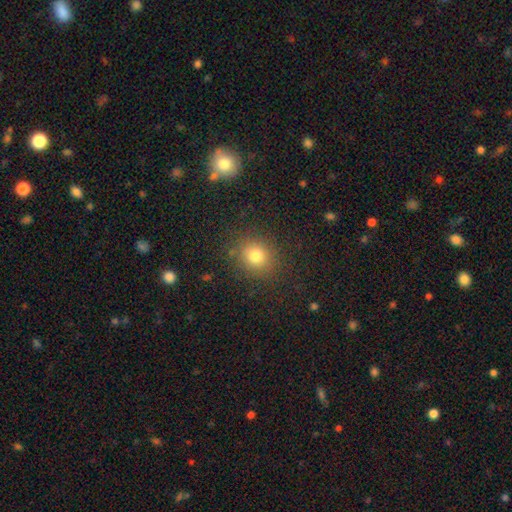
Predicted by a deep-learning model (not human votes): Smooth or featured: smooth — 76% (star or artifact — 16%)
How rounded: round — 83% (in between — 16%)
Merging: none — 86% (minor disturbance — 9%)